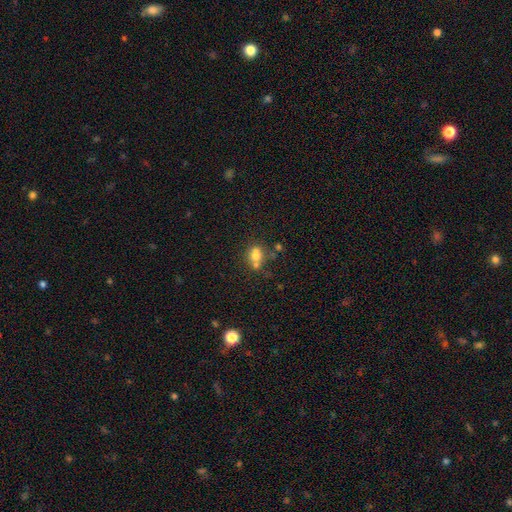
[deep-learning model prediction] smooth_or_featured: smooth (p=0.66) [alt: featured or disk p=0.19]
how_rounded: in between (p=0.51) [alt: round p=0.47]
merging: merger (p=0.43) [alt: none p=0.38]